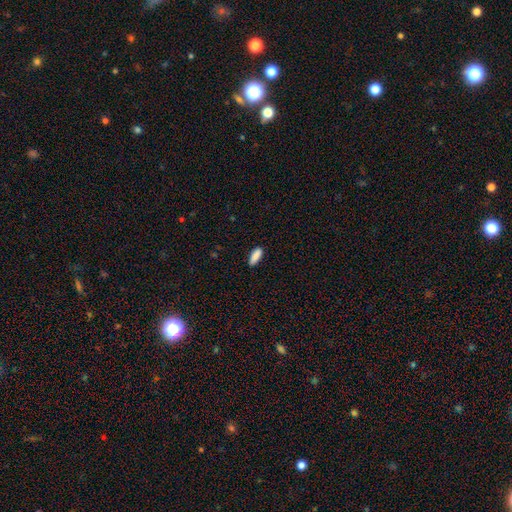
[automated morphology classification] Smooth or featured: smooth — 89% (star or artifact — 7%)
How rounded: in between — 71% (cigar-shaped — 27%)
Merging: none — 85% (minor disturbance — 12%)